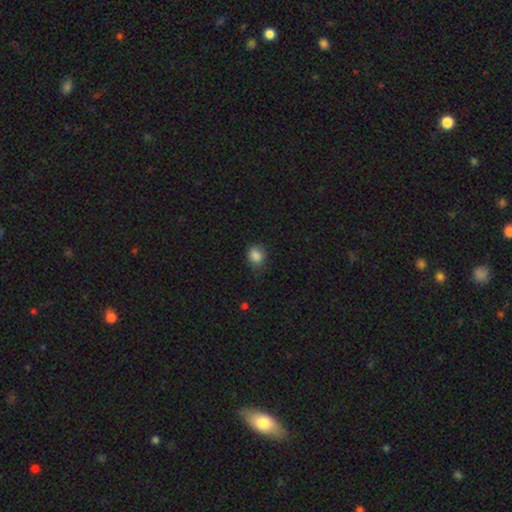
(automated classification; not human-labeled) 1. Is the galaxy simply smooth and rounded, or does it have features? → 85% smooth, 11% star or artifact, 4% featured or disk.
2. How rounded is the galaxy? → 60% round, 39% in between, 1% cigar-shaped.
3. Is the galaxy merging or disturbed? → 67% none, 26% minor disturbance, 6% major disturbance, 1% merger.